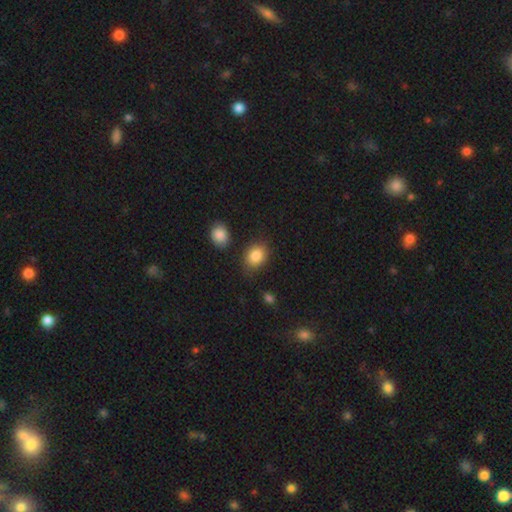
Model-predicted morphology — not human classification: type=smooth (86%); roundness=in between (60%); merging=none (79%).